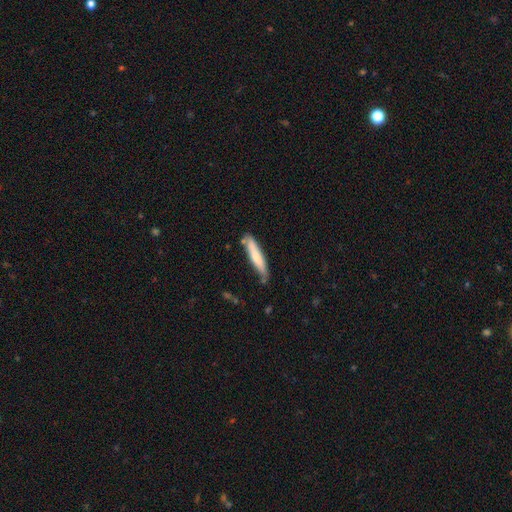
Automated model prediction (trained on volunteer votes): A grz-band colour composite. It shows a smooth galaxy with no disk features (71%) that is cigar-shaped (89%). Merging: none (73%).